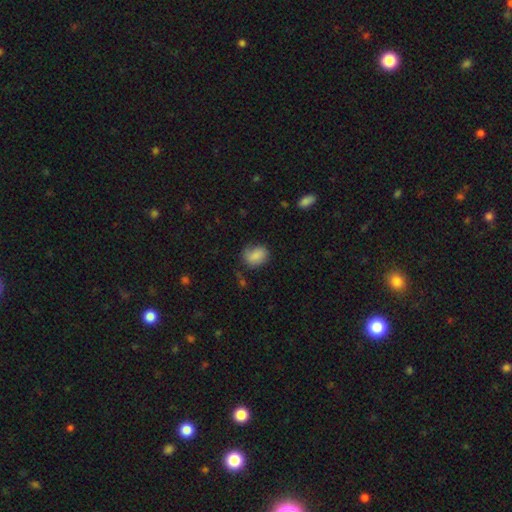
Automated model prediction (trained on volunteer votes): A smooth galaxy with no disk features (81%) that is in between round and cigar-shaped (57%). Merging: none (59%).